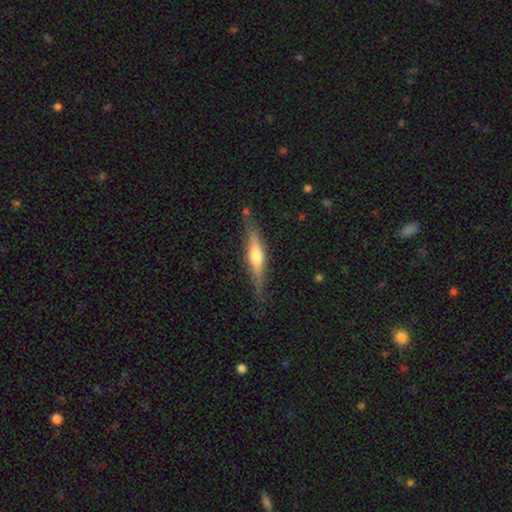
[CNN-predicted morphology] featured or disk 63%, smooth 31%, star or artifact 6%. Down the decision tree: edge-on disk — yes (95%); edge-on bulge — rounded (88%); merging — none (81%).